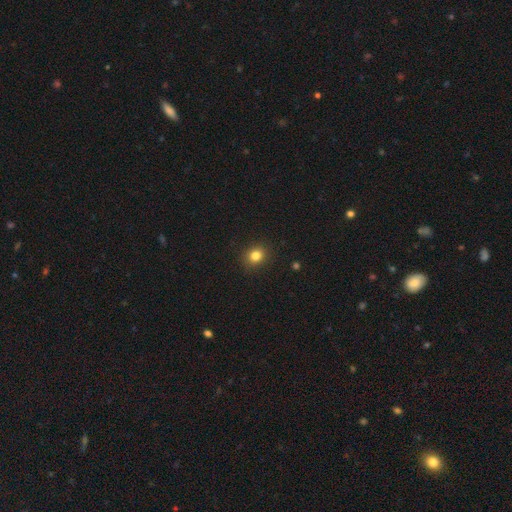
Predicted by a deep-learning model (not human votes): A smooth galaxy with no disk features (82%) that is round (75%). Merging: none (90%).